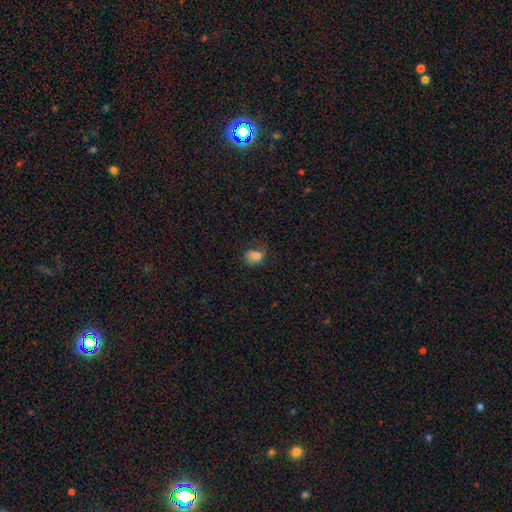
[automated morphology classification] The model was most divided on "merging": none: 45%, minor disturbance: 30%, major disturbance: 23%, merger: 3%. More confident: smooth or featured — smooth (73%); how rounded — in between (58%).